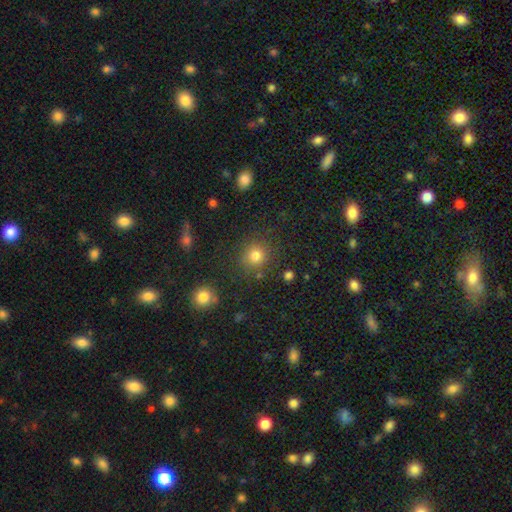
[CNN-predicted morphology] smooth 78%, star or artifact 16%, featured or disk 6%. Down the decision tree: how rounded — round (90%); merging — none (83%).